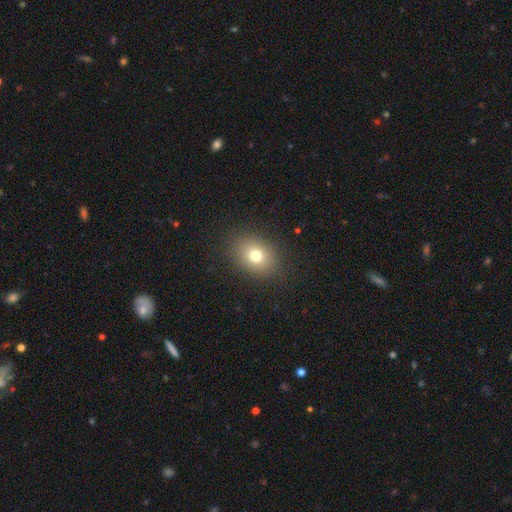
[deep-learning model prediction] This appears to be a smooth galaxy with no disk features (75%) that is in between round and cigar-shaped (52%). Merging: none (87%).